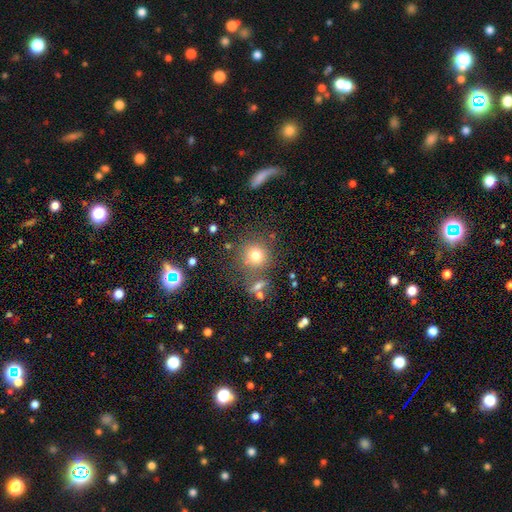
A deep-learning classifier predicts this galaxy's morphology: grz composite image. It shows a smooth galaxy with no disk features (75%) that is round (91%). Merging: none (75%).